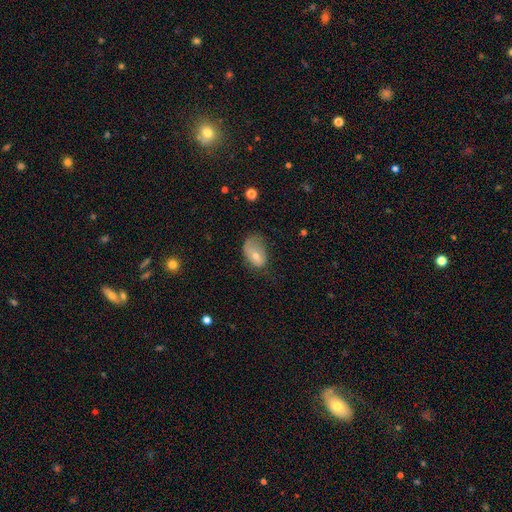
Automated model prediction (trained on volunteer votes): Q: Smooth or featured?
A: smooth (63%); runner-up: featured or disk (29%)
Q: How rounded?
A: in between (86%); runner-up: round (13%)
Q: Merging?
A: minor disturbance (36%); runner-up: none (33%)